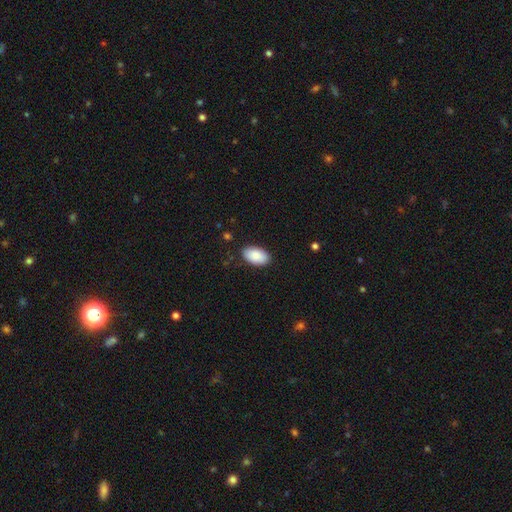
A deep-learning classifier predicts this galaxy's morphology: This is clearly a smooth galaxy (90%). How rounded: clearly in between (95%). Merging: clearly none (87%).